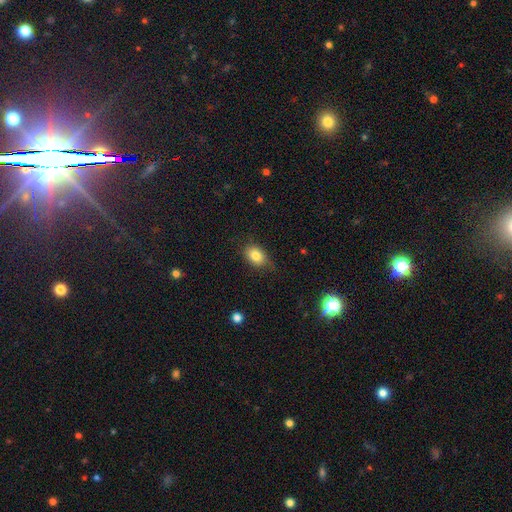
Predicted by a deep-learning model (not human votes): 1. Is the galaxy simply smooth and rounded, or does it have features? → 82% smooth, 9% star or artifact, 9% featured or disk.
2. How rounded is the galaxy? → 75% in between, 24% round, 1% cigar-shaped.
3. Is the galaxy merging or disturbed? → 72% none, 22% minor disturbance, 5% major disturbance, 1% merger.